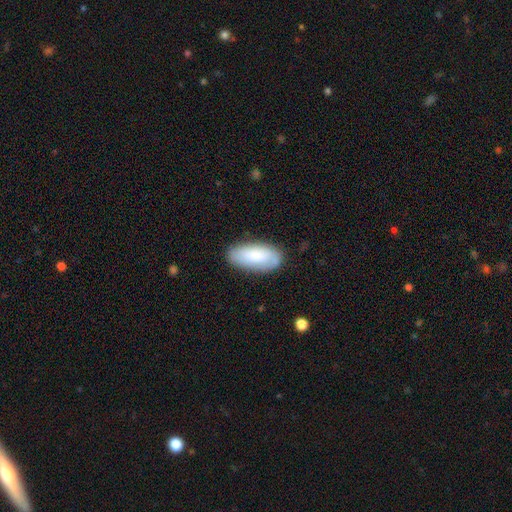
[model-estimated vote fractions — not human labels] A smooth galaxy with no disk features (77%) that is in between round and cigar-shaped (89%). Merging: none (79%).